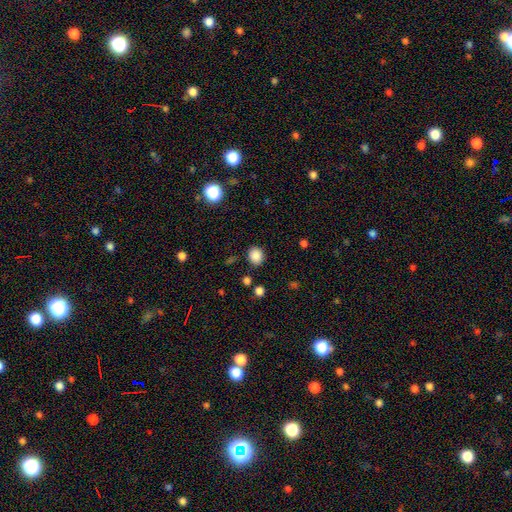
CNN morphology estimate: smooth-or-featured: smooth: 86% | star or artifact: 10% | featured or disk: 4%
  how-rounded: round: 72% | in between: 27% | cigar-shaped: 1%
  merging: none: 86% | minor disturbance: 8% | major disturbance: 3% | merger: 2%